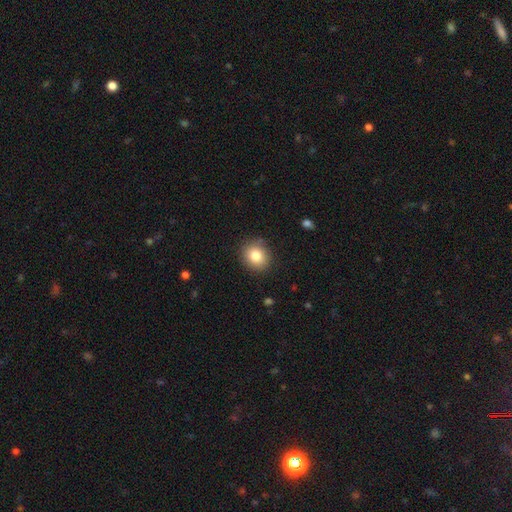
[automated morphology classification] A smooth galaxy with no disk features (83%) that is round (72%).

Vote fractions:
- Smooth or featured? smooth: 83% / star or artifact: 10% / featured or disk: 8%
- How rounded? round: 72% / in between: 27% / cigar-shaped: 1%
- Merging? none: 87% / minor disturbance: 9% / major disturbance: 3% / merger: 1%